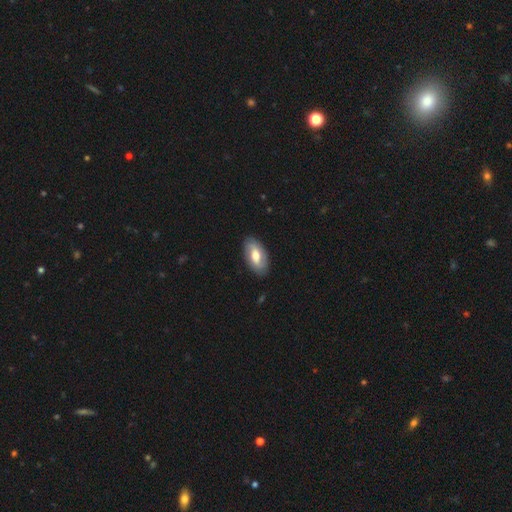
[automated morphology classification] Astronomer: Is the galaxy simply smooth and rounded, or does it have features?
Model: featured or disk — 48% (runner-up: smooth, 46%).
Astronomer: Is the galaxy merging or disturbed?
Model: none — 85%.